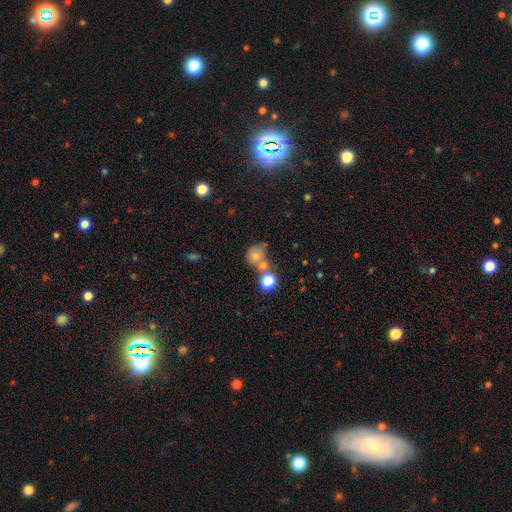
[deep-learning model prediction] smooth_or_featured: smooth (p=0.72) [alt: star or artifact p=0.15]
how_rounded: round (p=0.72) [alt: in between p=0.27]
merging: merger (p=0.40) [alt: none p=0.39]